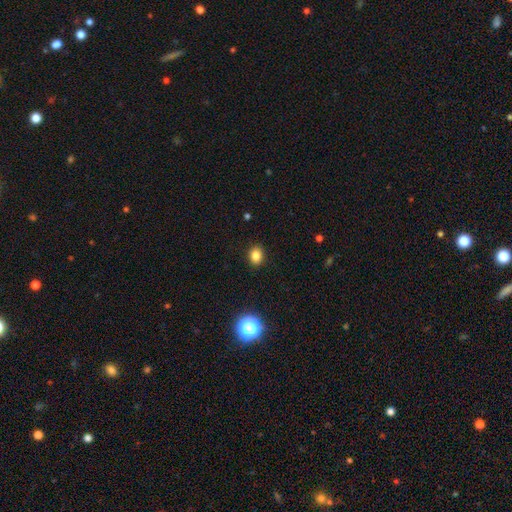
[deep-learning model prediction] Q: Smooth or featured?
A: smooth (82%); runner-up: star or artifact (13%)
Q: How rounded?
A: round (54%); runner-up: in between (45%)
Q: Merging?
A: none (90%); runner-up: minor disturbance (7%)